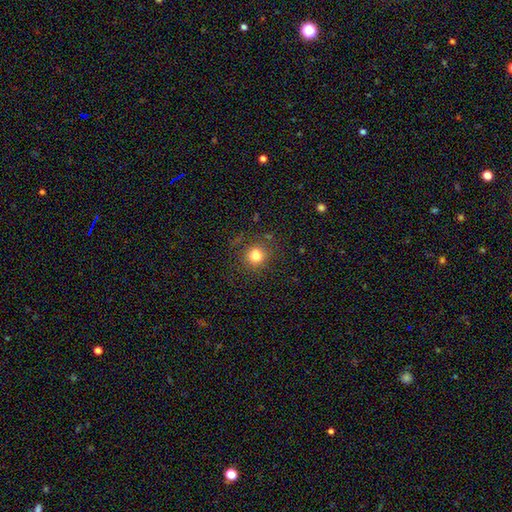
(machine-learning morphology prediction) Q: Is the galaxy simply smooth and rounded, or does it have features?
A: smooth — 80%.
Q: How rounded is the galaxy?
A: round — 90%.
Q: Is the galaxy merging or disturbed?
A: none — 85%.